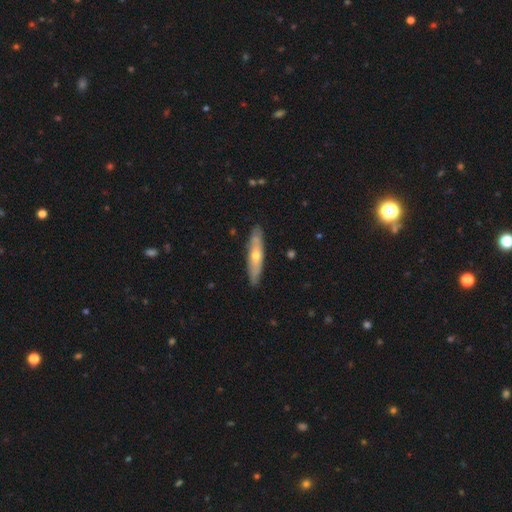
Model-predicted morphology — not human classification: Overall: featured or disk (49%; smooth 45%). Merging: none (87%).